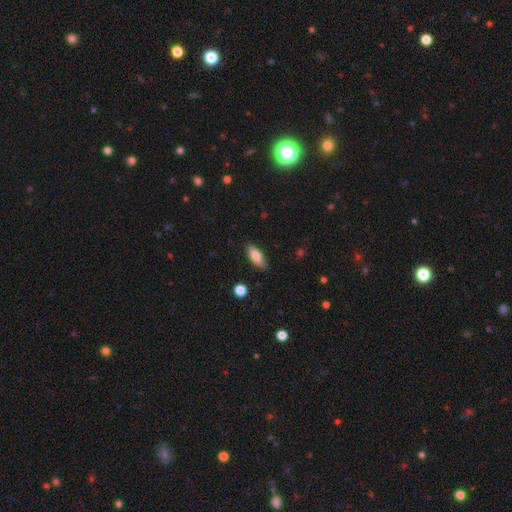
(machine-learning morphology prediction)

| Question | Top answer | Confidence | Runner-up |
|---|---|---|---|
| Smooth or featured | smooth | 78% | featured or disk (15%) |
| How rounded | in between | 69% | cigar-shaped (28%) |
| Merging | none | 84% | minor disturbance (12%) |